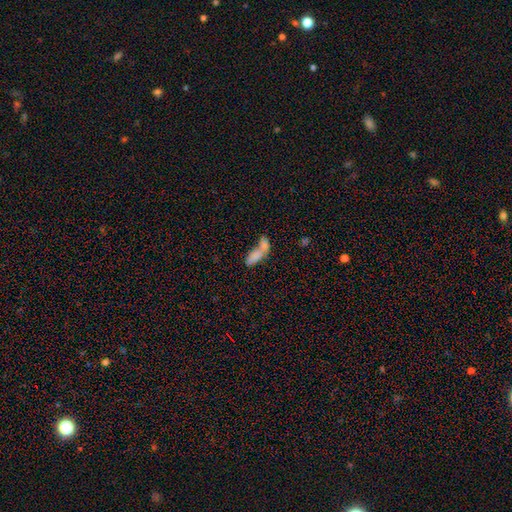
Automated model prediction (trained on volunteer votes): A smooth galaxy with no disk features (75%) that is in between round and cigar-shaped (76%).

Vote fractions:
- Smooth or featured? smooth: 75% / featured or disk: 15% / star or artifact: 10%
- How rounded? in between: 76% / cigar-shaped: 19% / round: 5%
- Merging? merger: 71% / none: 17% / minor disturbance: 7% / major disturbance: 6%